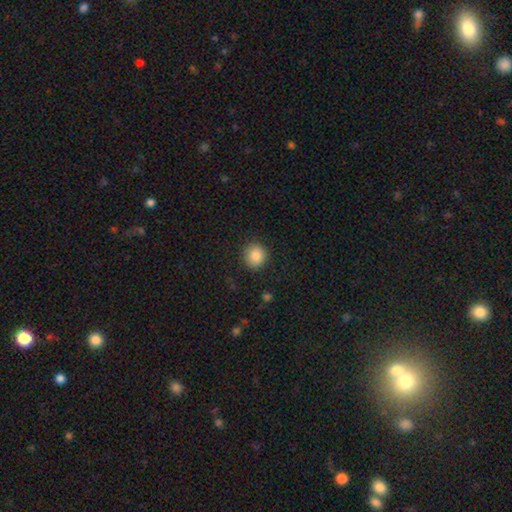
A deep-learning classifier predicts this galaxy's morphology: smooth_or_featured: smooth (p=0.86) [alt: star or artifact p=0.09]
how_rounded: round (p=0.89) [alt: in between p=0.10]
merging: none (p=0.89) [alt: minor disturbance p=0.07]